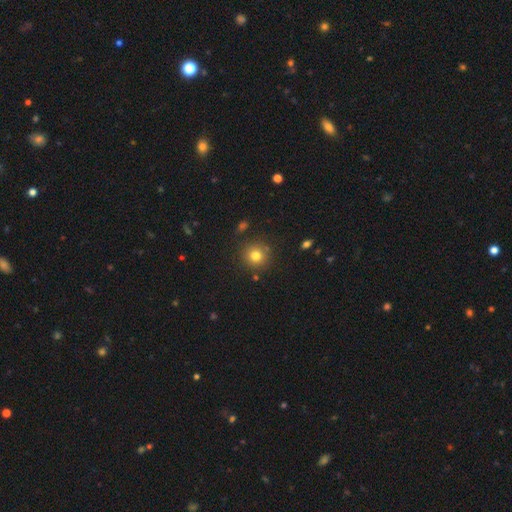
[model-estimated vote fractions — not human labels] A smooth galaxy with no disk features (78%) that is round (93%). Merging: none (86%).